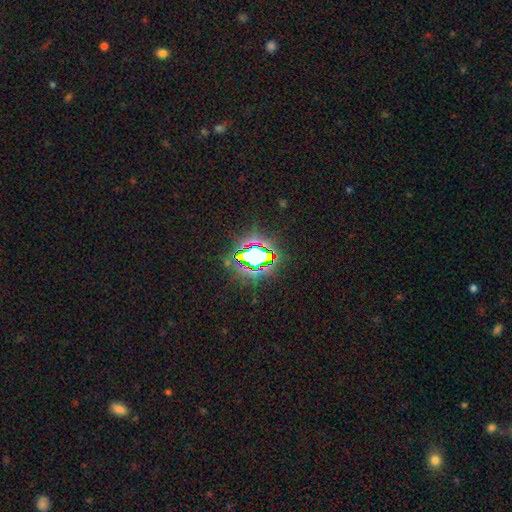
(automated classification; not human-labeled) The model was most divided on "smooth or featured": star or artifact: 69%, smooth: 19%, featured or disk: 12%.